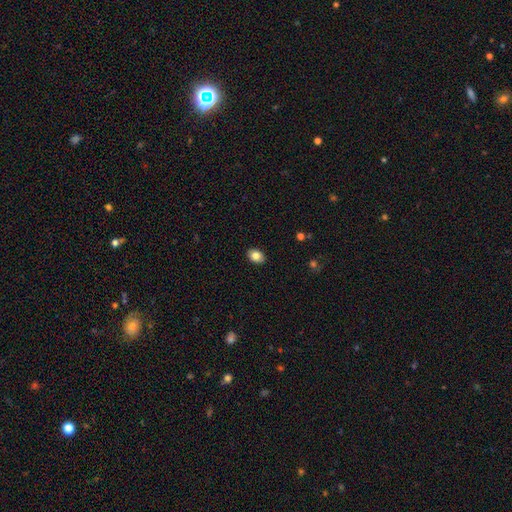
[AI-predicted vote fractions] The model was most divided on "how rounded": in between: 76%, round: 23%, cigar-shaped: 1%. More confident: merging — none (89%); smooth or featured — smooth (82%).